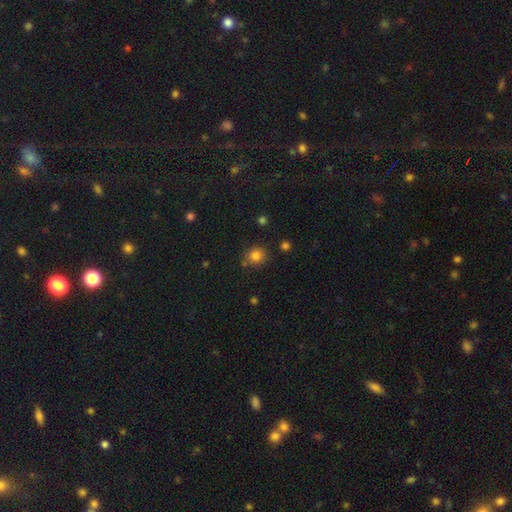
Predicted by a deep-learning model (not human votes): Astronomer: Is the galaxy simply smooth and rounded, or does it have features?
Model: smooth — 81%.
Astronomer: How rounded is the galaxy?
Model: round — 85%.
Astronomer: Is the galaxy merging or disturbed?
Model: none — 80%.